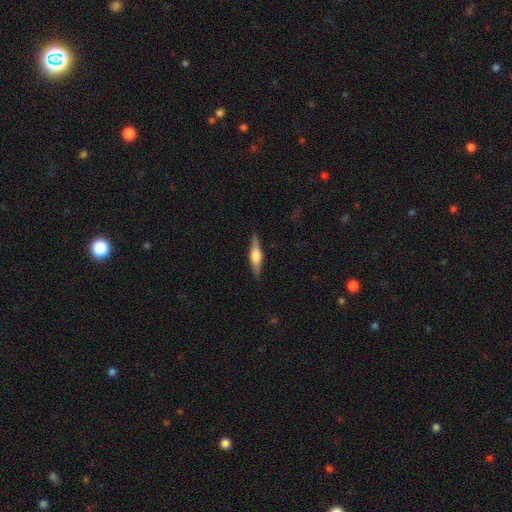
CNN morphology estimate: A featured or disk galaxy (63%) viewed edge-on (97%) with a rounded central bulge (88%).

Vote fractions:
- Smooth or featured? featured or disk: 63% / smooth: 32% / star or artifact: 6%
- Edge-on disk? yes: 97% / no: 3%
- Edge-on bulge? rounded: 88% / boxy: 9% / none: 3%
- Merging? none: 89% / minor disturbance: 8% / major disturbance: 2% / merger: 1%